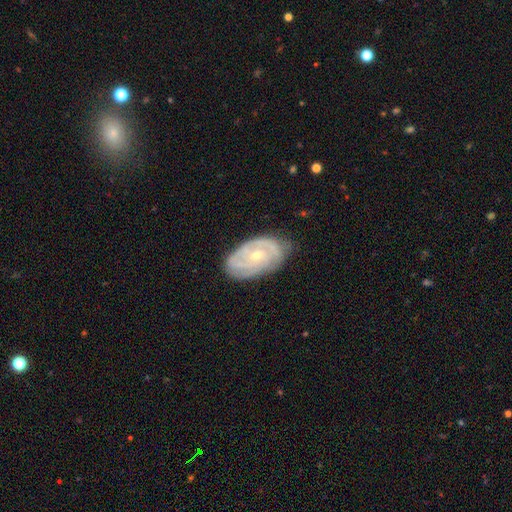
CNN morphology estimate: This appears to be a featured or disk galaxy (81%) with no bar (69%), tight (66%) spiral arms (93%) and a small central bulge (65%). Merging: none (76%).